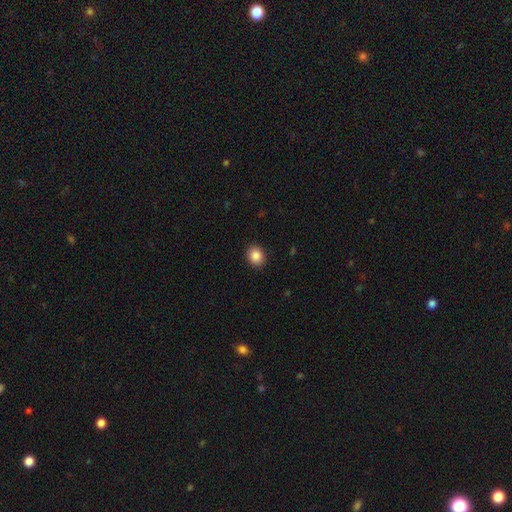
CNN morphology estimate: Overall: smooth (87%). How rounded: round (58%; in between 41%). Merging: none (91%).